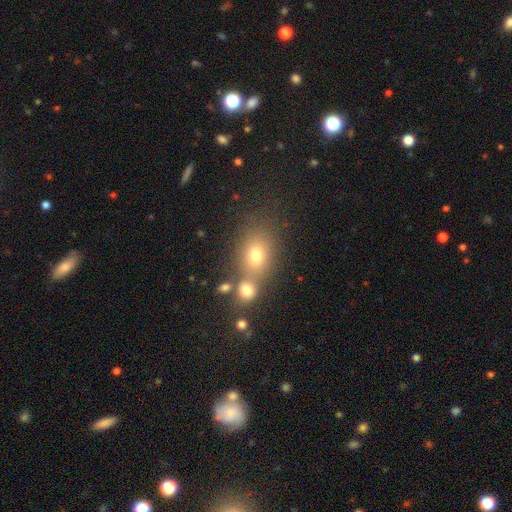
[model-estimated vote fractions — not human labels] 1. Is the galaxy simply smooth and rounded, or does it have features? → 71% smooth, 15% star or artifact, 14% featured or disk.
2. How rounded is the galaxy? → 57% in between, 42% round, 2% cigar-shaped.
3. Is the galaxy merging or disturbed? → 50% none, 33% merger, 11% minor disturbance, 5% major disturbance.